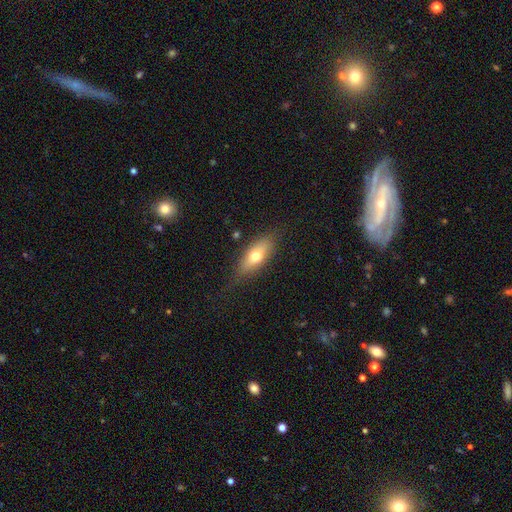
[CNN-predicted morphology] Smooth or featured: smooth — 64% (featured or disk — 28%)
How rounded: in between — 70% (cigar-shaped — 25%)
Merging: none — 78% (minor disturbance — 16%)